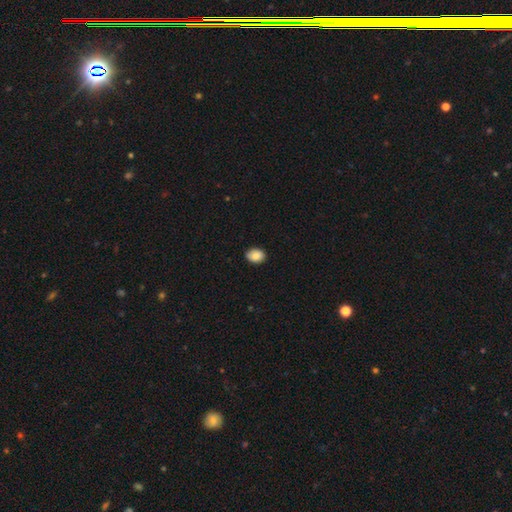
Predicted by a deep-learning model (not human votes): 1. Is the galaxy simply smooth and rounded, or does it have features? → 87% smooth, 8% star or artifact, 5% featured or disk.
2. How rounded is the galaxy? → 68% in between, 31% round, 1% cigar-shaped.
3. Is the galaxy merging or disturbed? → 85% none, 12% minor disturbance, 2% major disturbance, 1% merger.